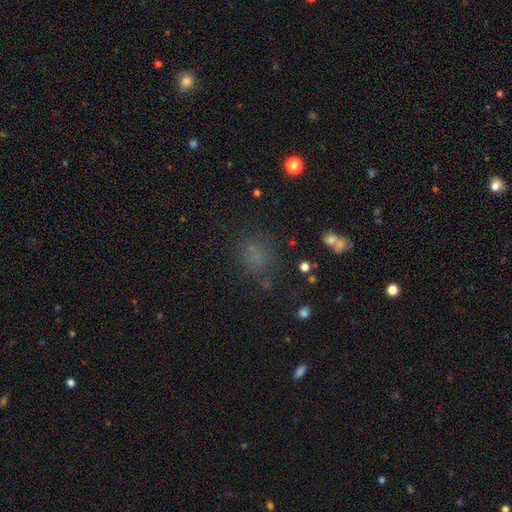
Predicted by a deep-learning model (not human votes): Morphology: type=smooth (65%); roundness=round (63%); merging=none (74%).